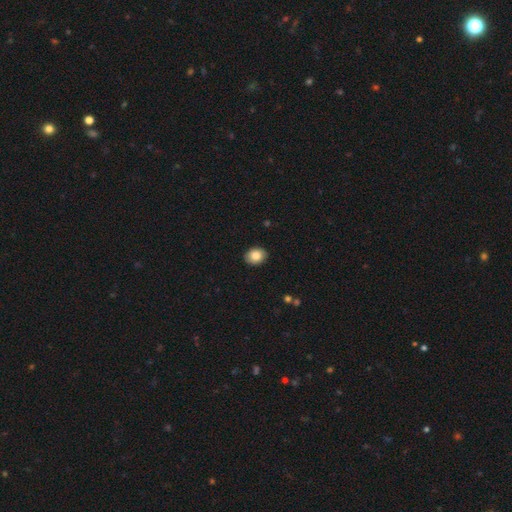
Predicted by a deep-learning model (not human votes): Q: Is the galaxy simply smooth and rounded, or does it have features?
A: smooth — 86%.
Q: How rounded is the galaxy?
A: in between — 54%.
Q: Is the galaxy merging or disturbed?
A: none — 89%.